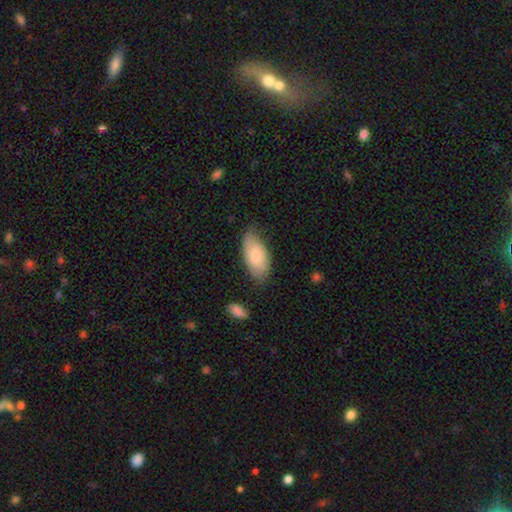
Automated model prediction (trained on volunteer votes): Smooth or featured? smooth (74%)
How rounded? in between (93%)
Merging? none (68%)